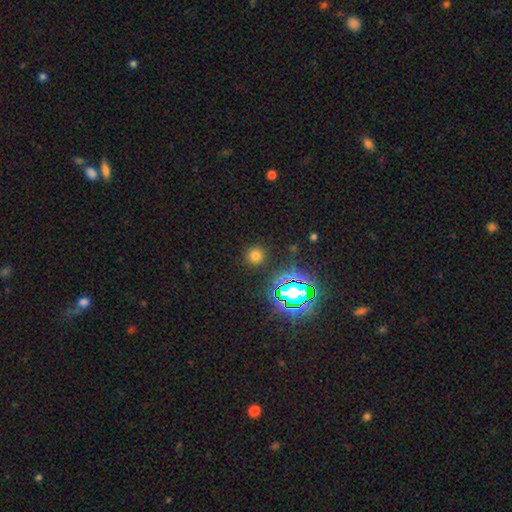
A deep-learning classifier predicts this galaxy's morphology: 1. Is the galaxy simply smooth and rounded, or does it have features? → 70% smooth, 24% star or artifact, 6% featured or disk.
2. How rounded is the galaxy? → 93% round, 6% in between, 1% cigar-shaped.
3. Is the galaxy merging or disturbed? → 89% none, 6% minor disturbance, 3% major disturbance, 2% merger.